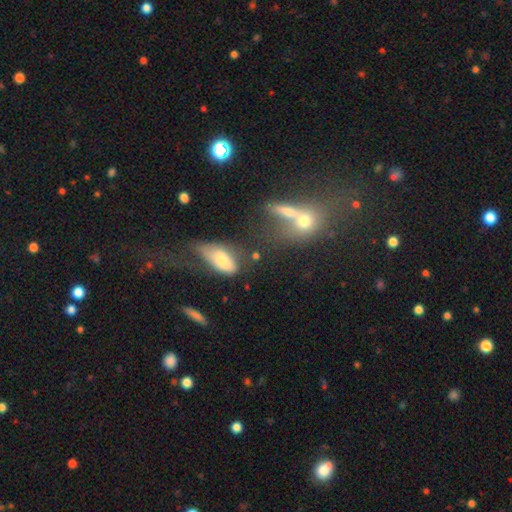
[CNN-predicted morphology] Q: Smooth or featured?
A: smooth (63%); runner-up: featured or disk (24%)
Q: How rounded?
A: in between (75%); runner-up: cigar-shaped (13%)
Q: Merging?
A: none (32%); runner-up: merger (25%)